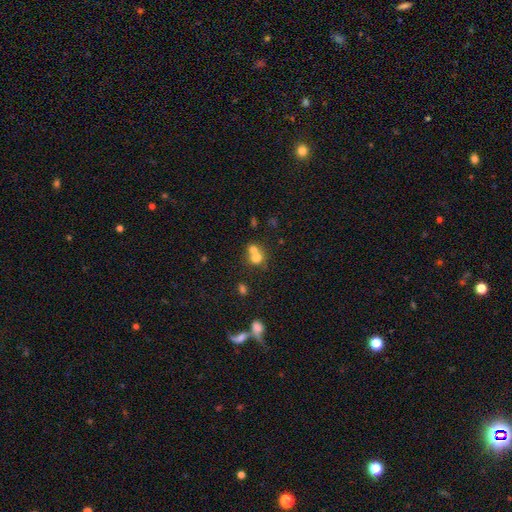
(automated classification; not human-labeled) This is likely a smooth galaxy (69%). How rounded: likely round (70%). Merging: likely merger (63%).